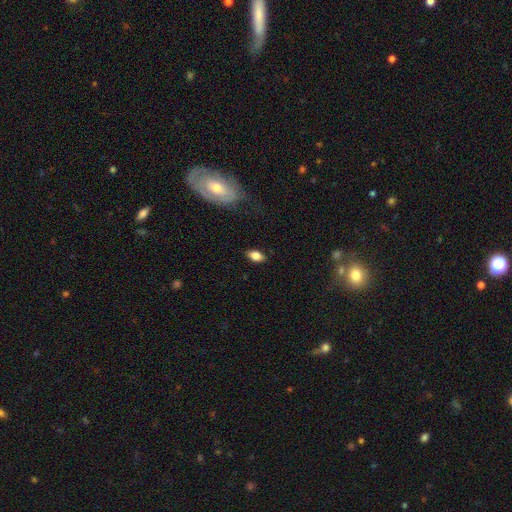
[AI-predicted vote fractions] Morphology: type=smooth (81%); roundness=in between (88%); merging=none (84%).